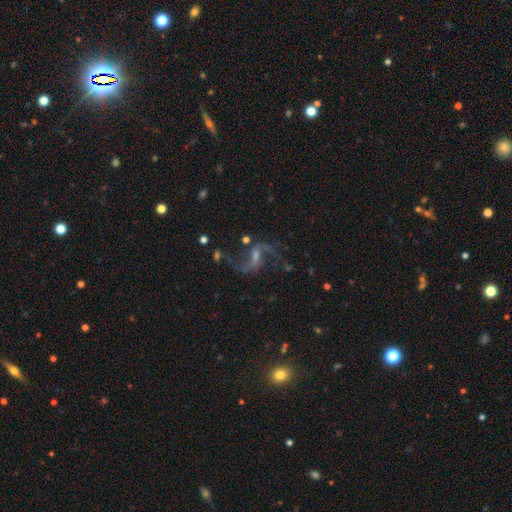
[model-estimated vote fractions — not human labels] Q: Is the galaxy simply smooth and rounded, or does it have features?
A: featured or disk — 84%.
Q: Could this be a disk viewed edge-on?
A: no — 97%.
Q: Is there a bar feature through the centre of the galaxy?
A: weak — 52%.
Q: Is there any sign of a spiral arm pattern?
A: yes — 95%.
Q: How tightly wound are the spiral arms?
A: loose — 79%.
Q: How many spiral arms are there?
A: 2 — 92%.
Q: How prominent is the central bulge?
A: small — 46%.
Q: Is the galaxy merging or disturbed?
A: none — 70%.